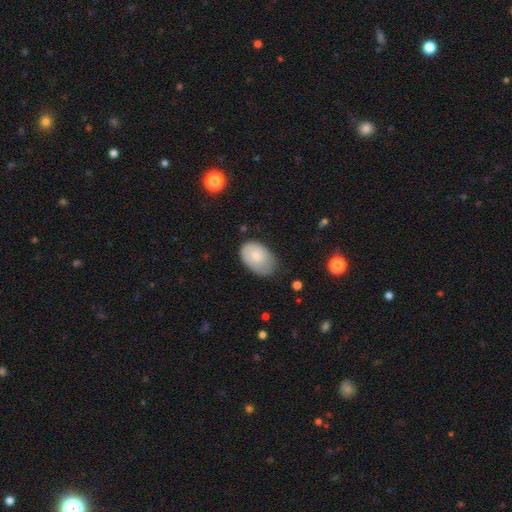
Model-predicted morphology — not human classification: Smooth or featured? Predicted: smooth (p=0.74). How rounded? Predicted: in between (p=0.87). Merging? Predicted: none (p=0.60).